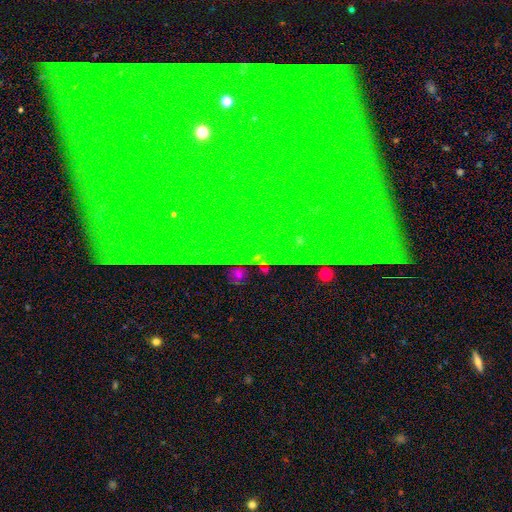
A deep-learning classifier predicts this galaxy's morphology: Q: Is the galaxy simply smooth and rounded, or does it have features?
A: star or artifact — 80%.